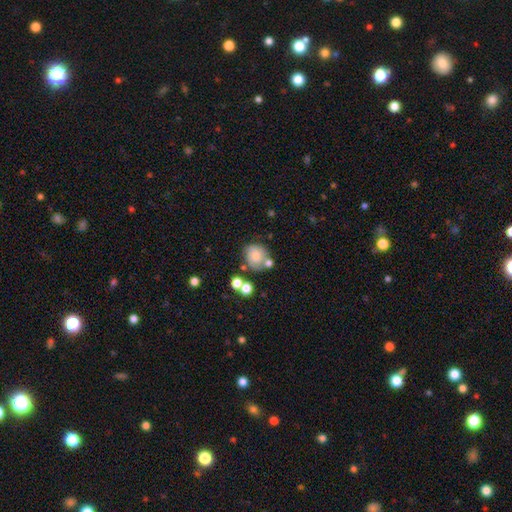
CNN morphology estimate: Smooth or featured? smooth (68%)
How rounded? round (81%)
Merging? none (56%)